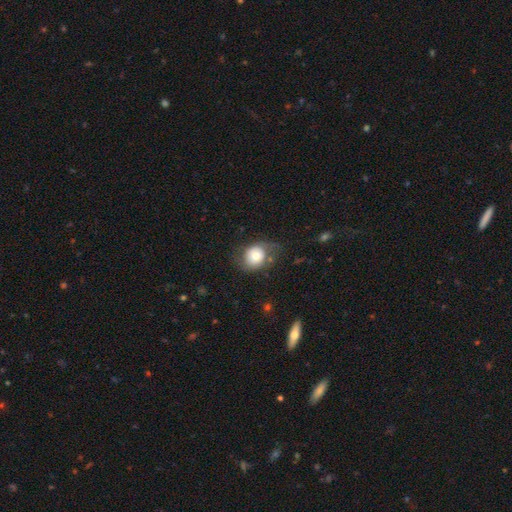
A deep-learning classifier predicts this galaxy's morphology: type=smooth (65%); roundness=round (66%); merging=none (53%).